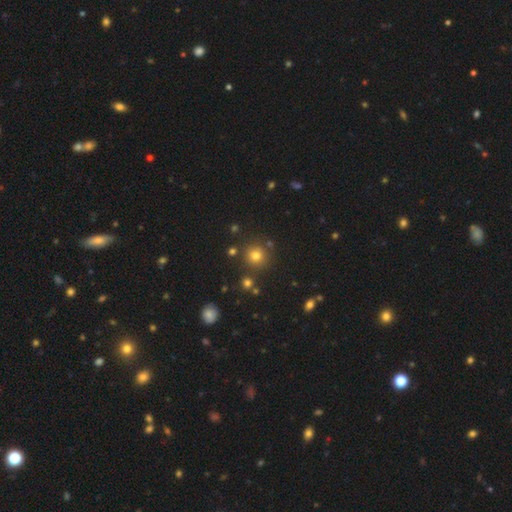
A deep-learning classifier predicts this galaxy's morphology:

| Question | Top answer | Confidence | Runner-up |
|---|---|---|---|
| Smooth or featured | smooth | 74% | star or artifact (18%) |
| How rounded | round | 93% | in between (6%) |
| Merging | none | 84% | minor disturbance (8%) |